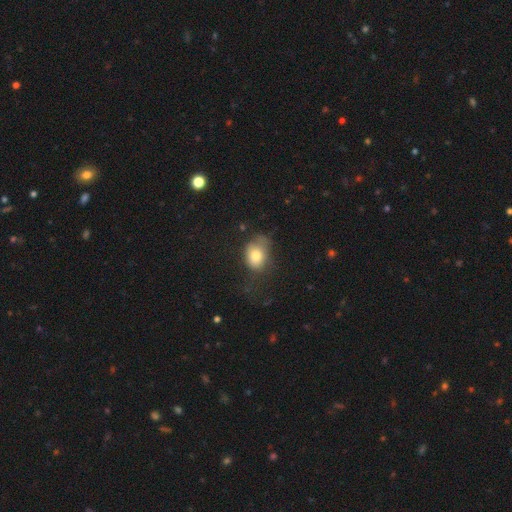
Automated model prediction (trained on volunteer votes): Overall: smooth (75%). How rounded: in between (66%; round 33%). Merging: none (39%; minor disturbance 34%).